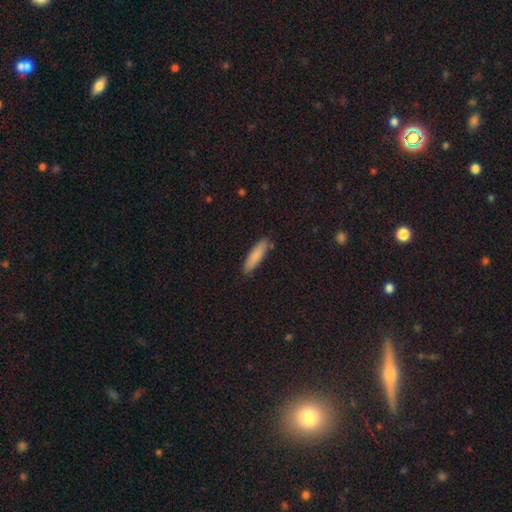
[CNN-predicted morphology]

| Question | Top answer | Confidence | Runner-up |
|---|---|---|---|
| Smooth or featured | smooth | 84% | featured or disk (9%) |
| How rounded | cigar-shaped | 73% | in between (26%) |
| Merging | none | 85% | minor disturbance (11%) |